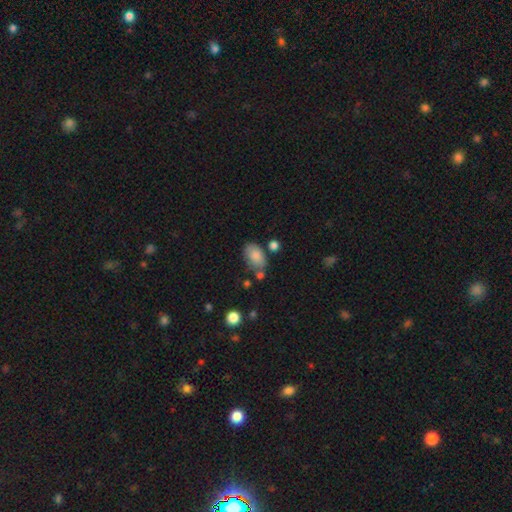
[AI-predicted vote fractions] Morphology: type=smooth (83%); roundness=in between (91%); merging=none (61%).